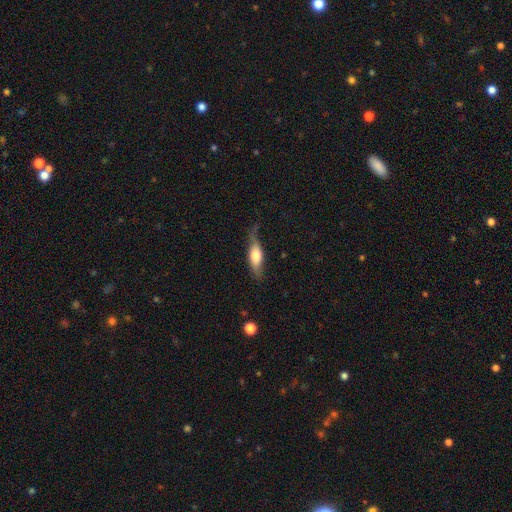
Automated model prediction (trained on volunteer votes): Smooth or featured? Predicted: smooth (p=0.62). How rounded? Predicted: in between (p=0.56). Merging? Predicted: none (p=0.54).